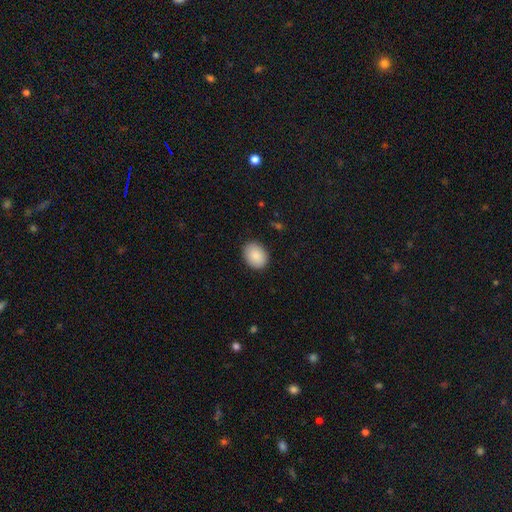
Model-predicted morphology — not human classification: Smooth or featured? smooth (89%)
How rounded? in between (63%)
Merging? none (87%)